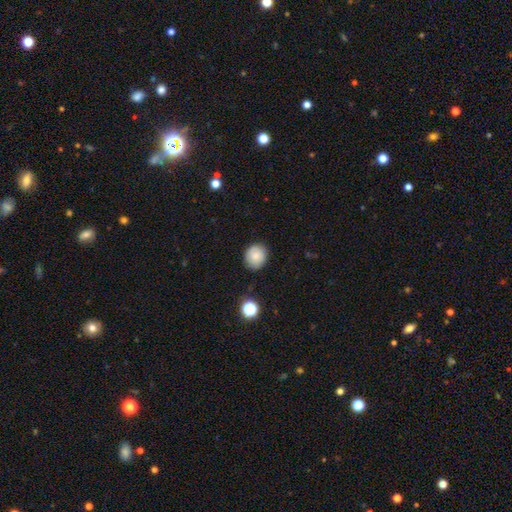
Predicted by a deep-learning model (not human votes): Q: Smooth or featured?
A: smooth (82%); runner-up: star or artifact (10%)
Q: How rounded?
A: round (84%); runner-up: in between (16%)
Q: Merging?
A: none (86%); runner-up: minor disturbance (10%)